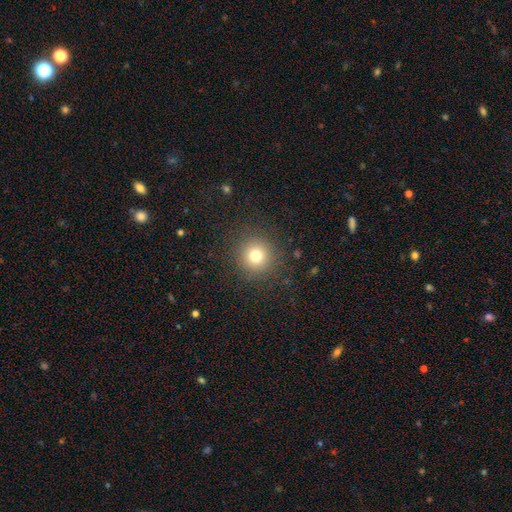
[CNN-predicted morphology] Smooth or featured? Predicted: smooth (p=0.76). How rounded? Predicted: round (p=0.94). Merging? Predicted: none (p=0.89).